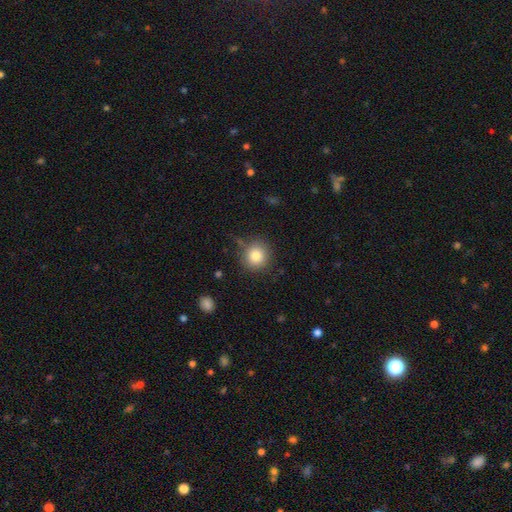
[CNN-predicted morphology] Overall: smooth (83%). How rounded: round (91%). Merging: none (82%).